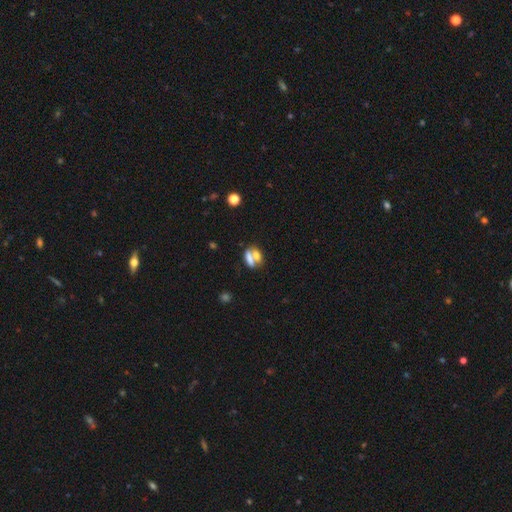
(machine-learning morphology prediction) Smooth or featured? smooth (62%)
How rounded? in between (56%)
Merging? merger (48%)